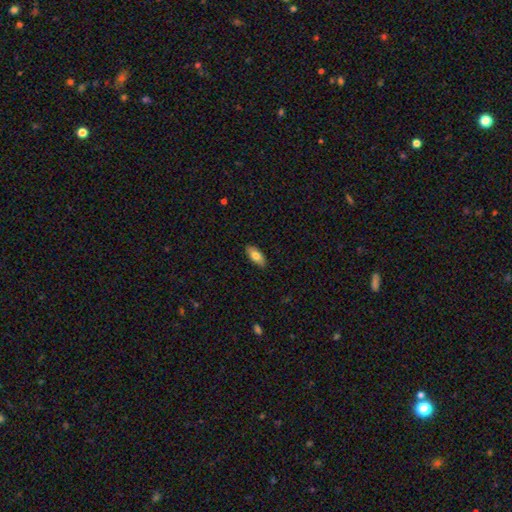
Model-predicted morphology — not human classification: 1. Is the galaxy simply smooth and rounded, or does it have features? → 77% smooth, 16% featured or disk, 6% star or artifact.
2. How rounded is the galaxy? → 85% in between, 13% cigar-shaped, 2% round.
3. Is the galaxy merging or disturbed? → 89% none, 8% minor disturbance, 2% major disturbance, 1% merger.